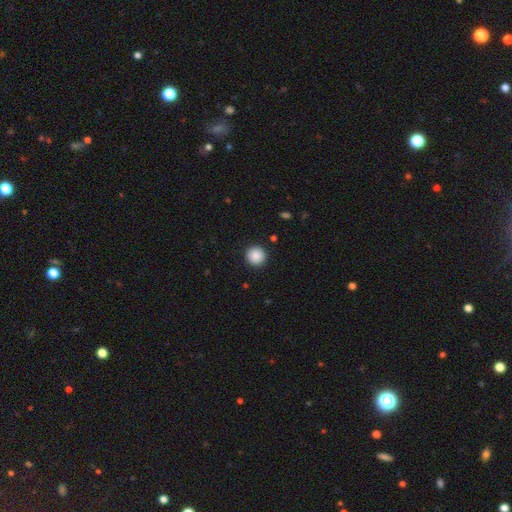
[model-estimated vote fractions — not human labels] Smooth or featured: smooth — 89% (star or artifact — 9%)
How rounded: round — 96% (in between — 3%)
Merging: none — 92% (minor disturbance — 5%)